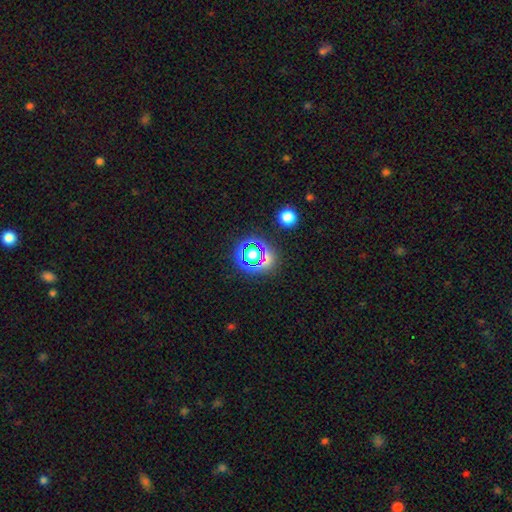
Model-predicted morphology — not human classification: A star or artifact, not a galaxy (52%).